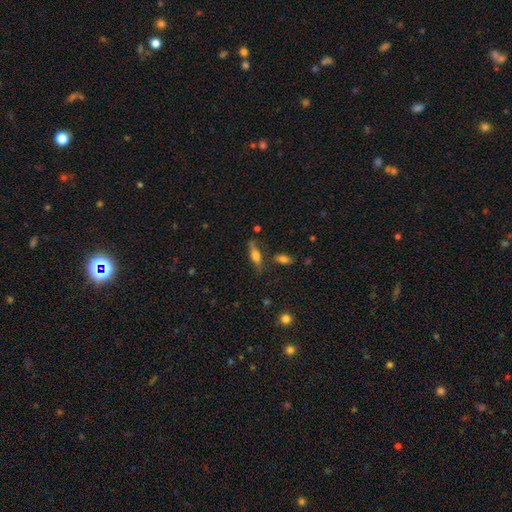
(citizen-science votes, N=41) Morphology: type=featured or disk (61%); edge-on=yes (88%); edge-on bulge=rounded (73%); merging=none (62%).